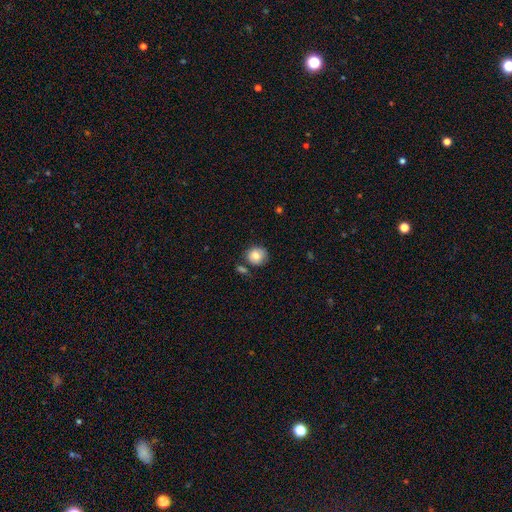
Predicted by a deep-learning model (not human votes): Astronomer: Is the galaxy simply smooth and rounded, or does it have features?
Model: smooth — 79%.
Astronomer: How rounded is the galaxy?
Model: round — 87%.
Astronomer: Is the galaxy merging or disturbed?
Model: none — 74%.